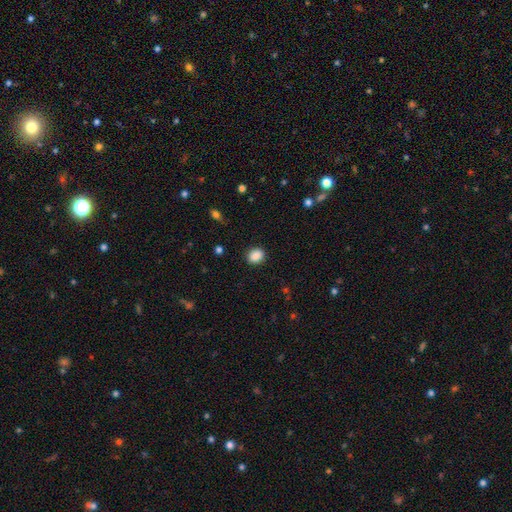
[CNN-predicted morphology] Q: Smooth or featured?
A: smooth (89%); runner-up: star or artifact (9%)
Q: How rounded?
A: round (54%); runner-up: in between (45%)
Q: Merging?
A: none (88%); runner-up: minor disturbance (8%)